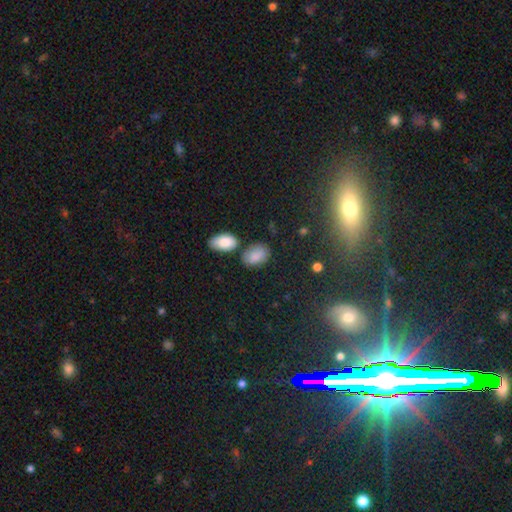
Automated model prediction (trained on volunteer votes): Smooth or featured?
  - smooth: 85% *
  - star or artifact: 8%
  - featured or disk: 7%
How rounded?
  - in between: 88% *
  - round: 10%
  - cigar-shaped: 1%
Merging?
  - none: 66% *
  - minor disturbance: 18%
  - merger: 11%
  - major disturbance: 5%